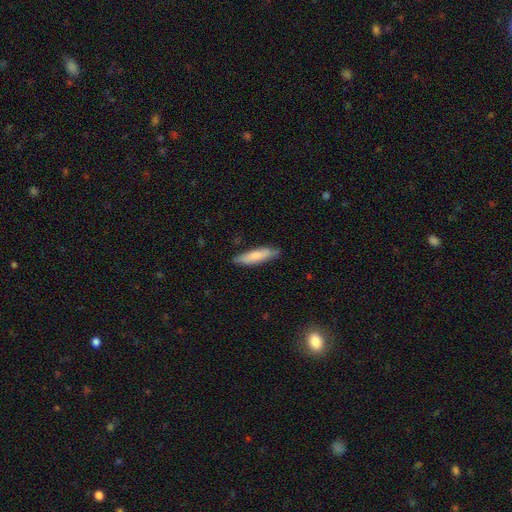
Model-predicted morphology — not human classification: smooth-or-featured: smooth: 75% | featured or disk: 20% | star or artifact: 5%
  how-rounded: cigar-shaped: 74% | in between: 25% | round: 1%
  merging: none: 80% | minor disturbance: 16% | major disturbance: 2% | merger: 1%